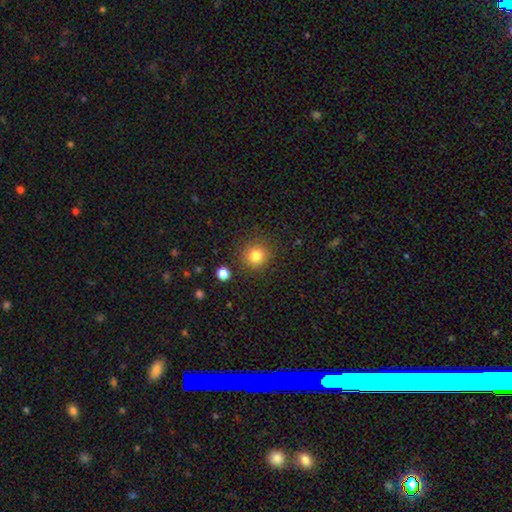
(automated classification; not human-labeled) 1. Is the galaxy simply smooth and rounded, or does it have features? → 82% smooth, 12% star or artifact, 6% featured or disk.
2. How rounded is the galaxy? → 93% round, 6% in between, 1% cigar-shaped.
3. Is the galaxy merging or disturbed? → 88% none, 7% minor disturbance, 3% major disturbance, 2% merger.